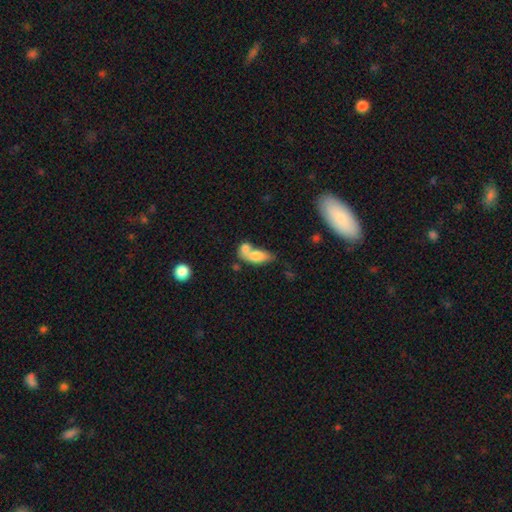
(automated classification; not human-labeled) Morphology: type=smooth (73%); roundness=in between (82%); merging=merger (60%).